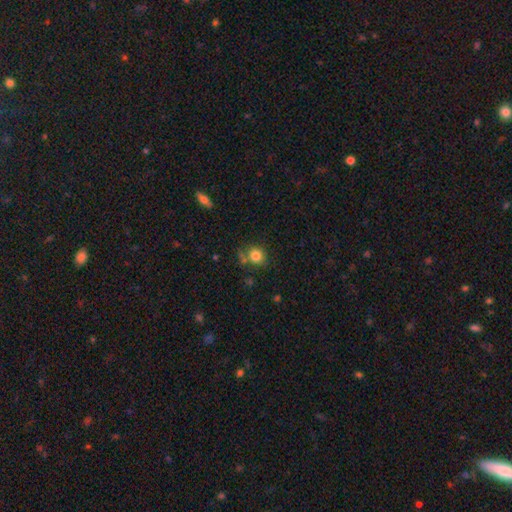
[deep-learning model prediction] Q: Smooth or featured?
A: smooth (82%); runner-up: star or artifact (11%)
Q: How rounded?
A: round (80%); runner-up: in between (19%)
Q: Merging?
A: none (67%); runner-up: minor disturbance (15%)